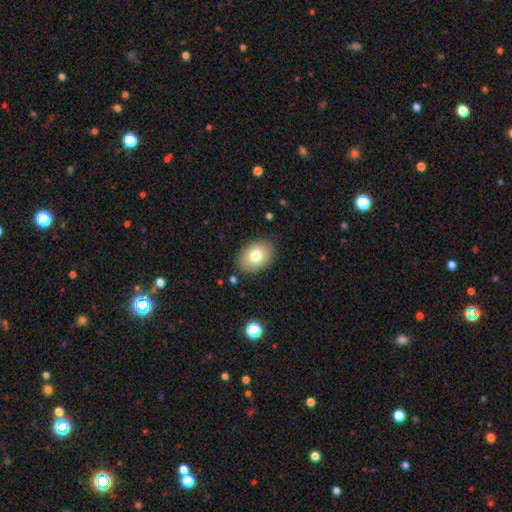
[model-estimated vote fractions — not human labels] This is likely a smooth galaxy (78%). How rounded: likely in between (74%). Merging: clearly none (87%).